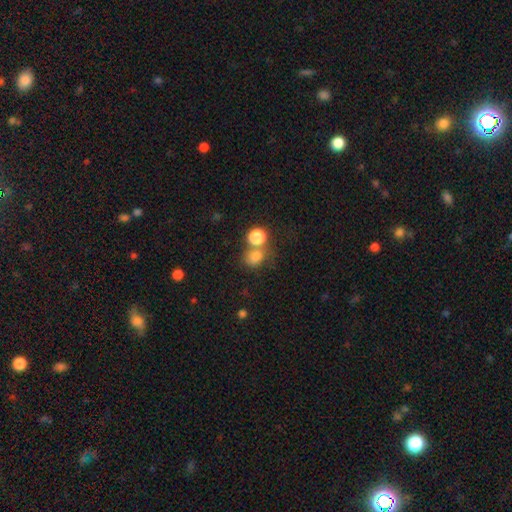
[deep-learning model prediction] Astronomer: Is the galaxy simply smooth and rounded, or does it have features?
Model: smooth — 77%.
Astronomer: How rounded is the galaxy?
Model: round — 63%.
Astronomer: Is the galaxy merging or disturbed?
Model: none — 48% (runner-up: merger, 34%).